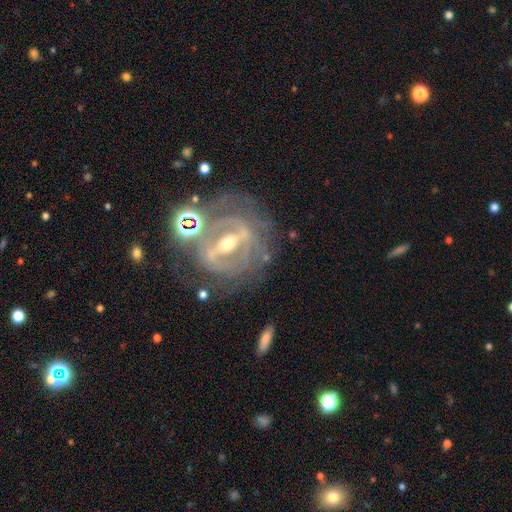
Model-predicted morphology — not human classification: featured or disk 86%, star or artifact 7%, smooth 6%. Down the decision tree: edge-on disk — no (89%); bar — strong (74%); spiral arms — yes (71%); spiral arm count — can't tell (42%); spiral winding — tight (61%); bulge size — moderate (61%); merging — none (68%).